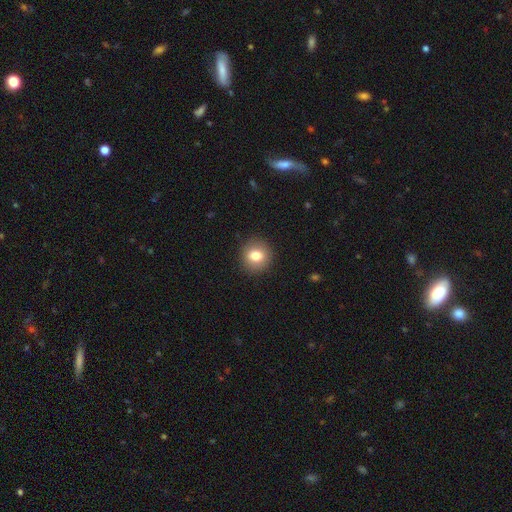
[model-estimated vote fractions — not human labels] Q: Smooth or featured?
A: smooth (79%); runner-up: featured or disk (11%)
Q: How rounded?
A: round (88%); runner-up: in between (11%)
Q: Merging?
A: none (91%); runner-up: minor disturbance (6%)